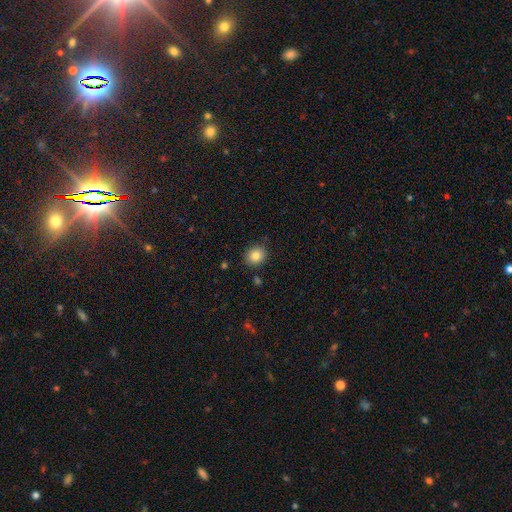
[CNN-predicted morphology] A smooth galaxy with no disk features (83%) that is round (74%).

Vote fractions:
- Smooth or featured? smooth: 83% / star or artifact: 10% / featured or disk: 7%
- How rounded? round: 74% / in between: 25% / cigar-shaped: 1%
- Merging? none: 87% / minor disturbance: 9% / major disturbance: 2% / merger: 2%